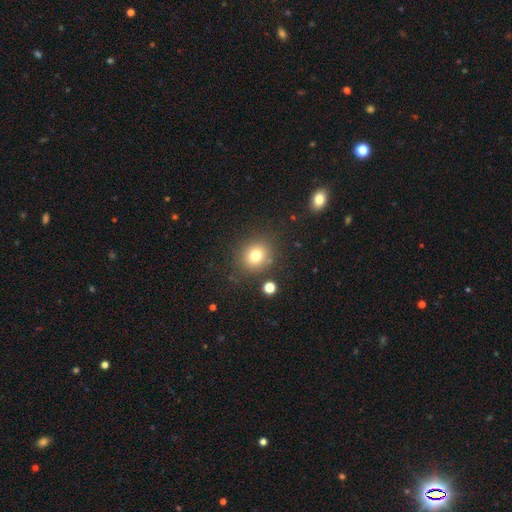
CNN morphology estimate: smooth-or-featured: smooth: 77% | star or artifact: 14% | featured or disk: 9%
  how-rounded: round: 83% | in between: 16% | cigar-shaped: 1%
  merging: none: 83% | minor disturbance: 9% | merger: 4% | major disturbance: 4%